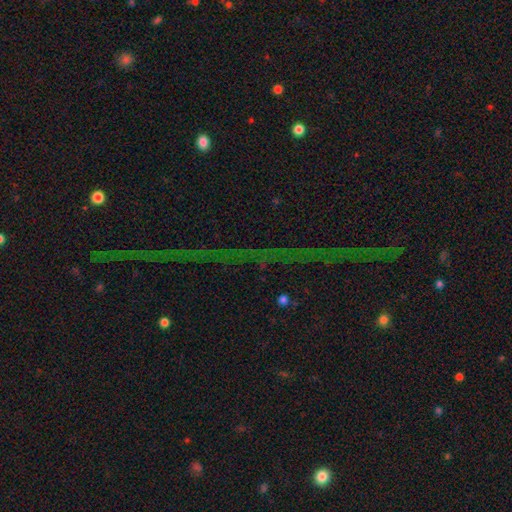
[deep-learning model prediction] The model was most divided on "smooth or featured": star or artifact: 79%, featured or disk: 12%, smooth: 9%.